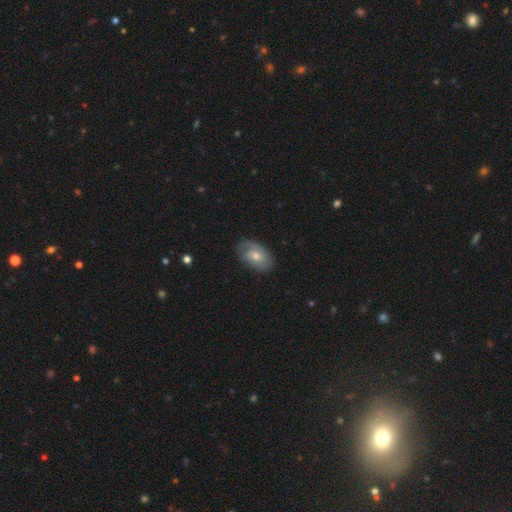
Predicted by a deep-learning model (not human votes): Smooth or featured?
  - featured or disk: 54% *
  - smooth: 38%
  - star or artifact: 8%
Edge-on disk?
  - no: 94% *
  - yes: 6%
Bar?
  - no: 73% *
  - weak: 24%
  - strong: 3%
Spiral arms?
  - yes: 78% *
  - no: 22%
Bulge size?
  - moderate: 62% *
  - small: 30%
  - large: 5%
  - none: 2%
  - dominant: 1%
Merging?
  - none: 77% *
  - minor disturbance: 18%
  - major disturbance: 5%
  - merger: 1%